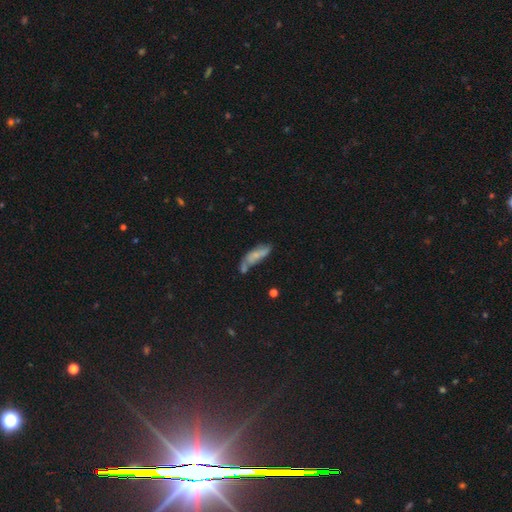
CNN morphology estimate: This appears to be a smooth galaxy with no disk features (55%) that is in between round and cigar-shaped (50%). Merging: none (46%).